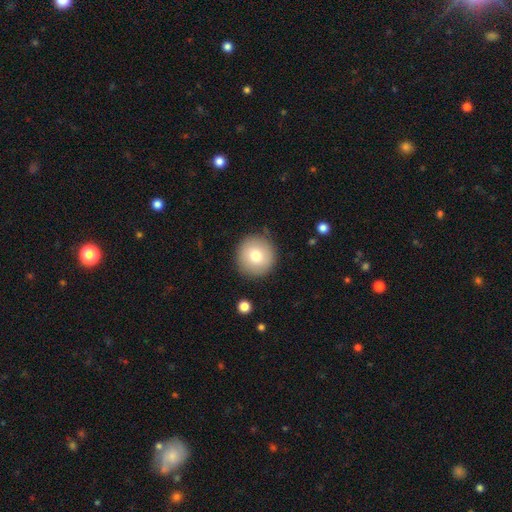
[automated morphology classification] Smooth or featured? smooth (77%)
How rounded? round (95%)
Merging? none (87%)